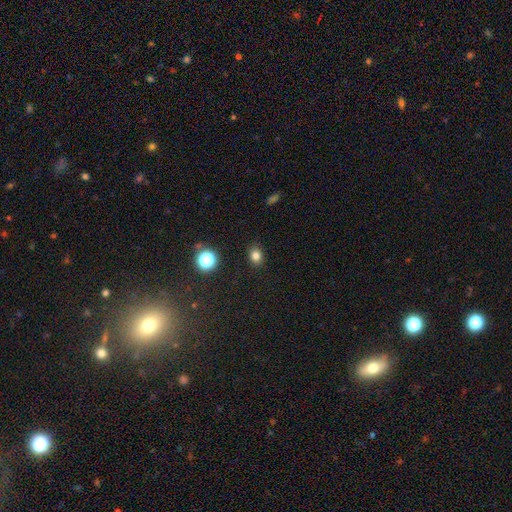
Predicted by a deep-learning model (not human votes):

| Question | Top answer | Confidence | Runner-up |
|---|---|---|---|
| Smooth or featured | smooth | 80% | star or artifact (15%) |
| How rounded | in between | 51% | round (48%) |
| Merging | none | 88% | minor disturbance (9%) |